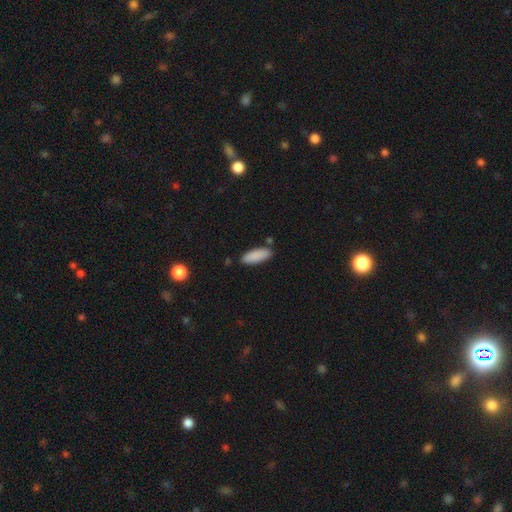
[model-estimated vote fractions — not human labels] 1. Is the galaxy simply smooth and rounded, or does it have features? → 89% smooth, 6% star or artifact, 5% featured or disk.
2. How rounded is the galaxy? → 65% in between, 33% cigar-shaped, 2% round.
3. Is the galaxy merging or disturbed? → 83% none, 12% minor disturbance, 3% merger, 2% major disturbance.